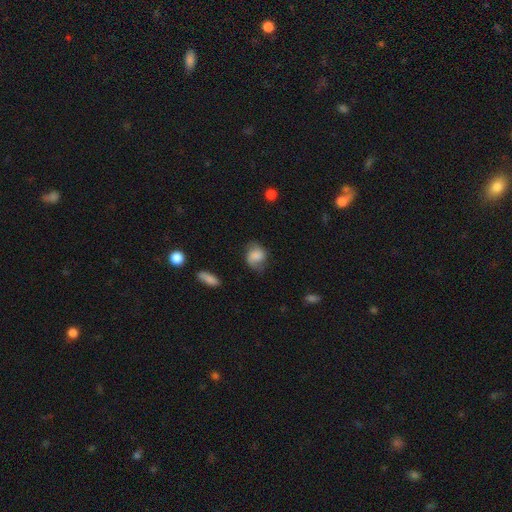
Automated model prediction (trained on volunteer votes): Smooth or featured: smooth — 58% (featured or disk — 33%)
How rounded: round — 51% (in between — 47%)
Merging: none — 56% (minor disturbance — 28%)